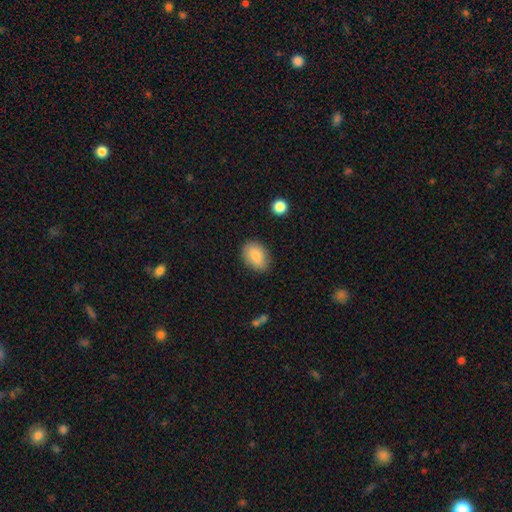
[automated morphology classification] This is clearly a smooth galaxy (84%). How rounded: likely in between (78%). Merging: likely none (79%).